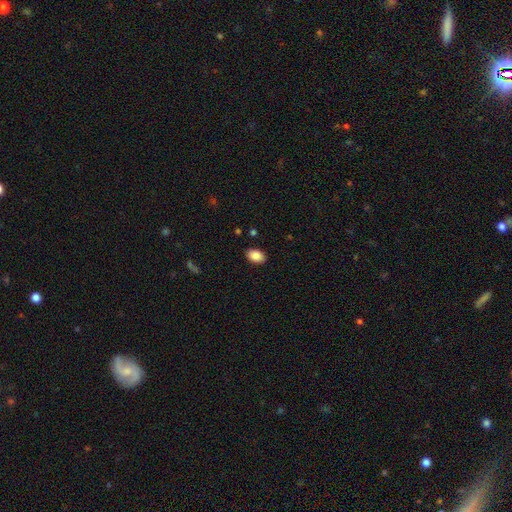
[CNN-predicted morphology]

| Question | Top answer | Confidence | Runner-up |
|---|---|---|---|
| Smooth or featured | smooth | 88% | star or artifact (7%) |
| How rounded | in between | 88% | round (11%) |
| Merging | none | 88% | minor disturbance (9%) |